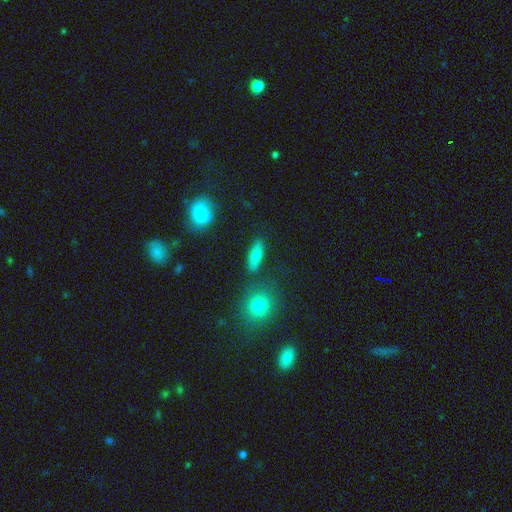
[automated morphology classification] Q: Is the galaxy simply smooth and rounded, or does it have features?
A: smooth — 72%.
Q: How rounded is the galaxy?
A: in between — 67%.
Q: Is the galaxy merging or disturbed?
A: none — 81%.